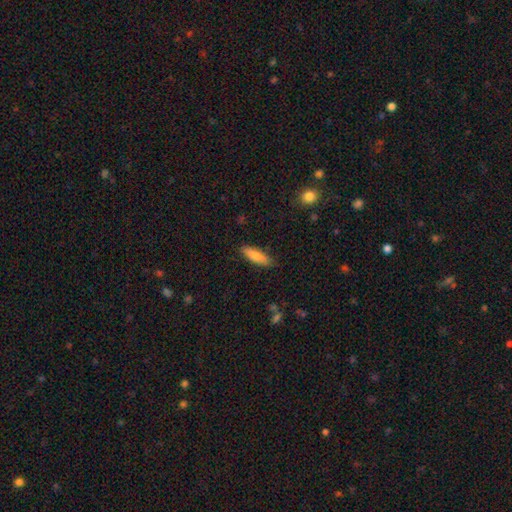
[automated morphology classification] smooth-or-featured: smooth: 81% | featured or disk: 13% | star or artifact: 6%
  how-rounded: cigar-shaped: 54% | in between: 45% | round: 2%
  merging: none: 85% | minor disturbance: 12% | major disturbance: 2% | merger: 1%